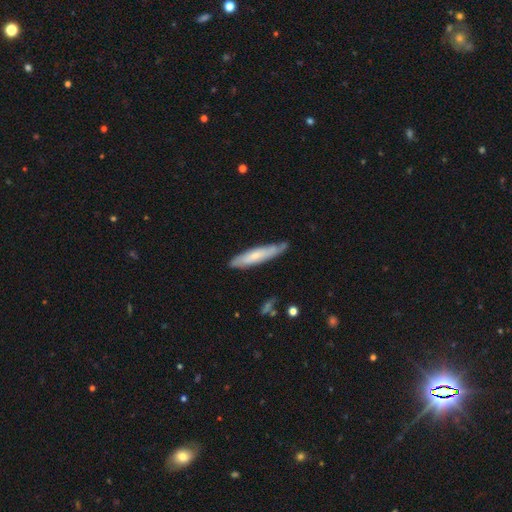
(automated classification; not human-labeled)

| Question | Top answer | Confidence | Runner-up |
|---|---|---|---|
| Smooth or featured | smooth | 55% | featured or disk (39%) |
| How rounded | cigar-shaped | 85% | in between (13%) |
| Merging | none | 73% | minor disturbance (21%) |